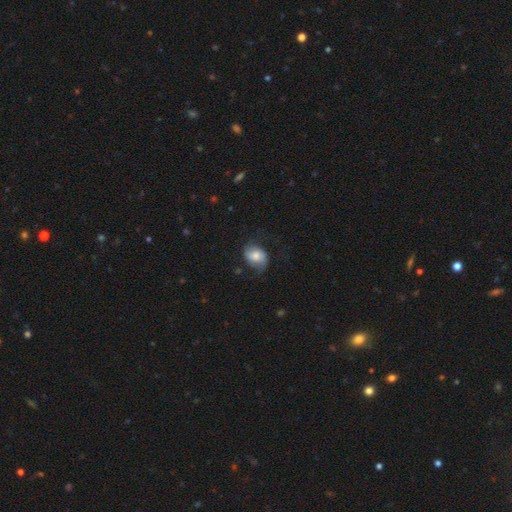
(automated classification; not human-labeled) This is possibly a smooth galaxy (59%). How rounded: likely in between (66%). Merging: likely none (61%).